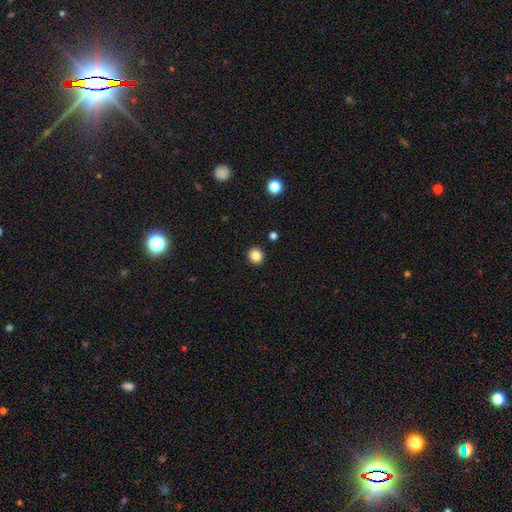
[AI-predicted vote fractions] This is clearly a smooth galaxy (84%). How rounded: clearly round (90%). Merging: clearly none (93%).